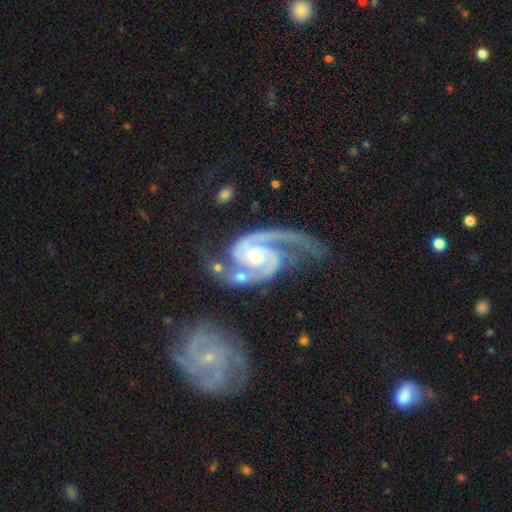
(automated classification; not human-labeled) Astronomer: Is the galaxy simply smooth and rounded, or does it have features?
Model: featured or disk — 93%.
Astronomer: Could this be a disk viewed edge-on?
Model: no — 98%.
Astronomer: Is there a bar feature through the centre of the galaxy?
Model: no — 65%.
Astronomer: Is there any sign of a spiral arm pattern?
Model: yes — 99%.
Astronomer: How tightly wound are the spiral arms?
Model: medium — 57%.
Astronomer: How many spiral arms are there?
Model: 2 — 92%.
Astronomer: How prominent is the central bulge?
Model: small — 55% (runner-up: moderate, 40%).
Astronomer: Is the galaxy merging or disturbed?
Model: none — 56%.